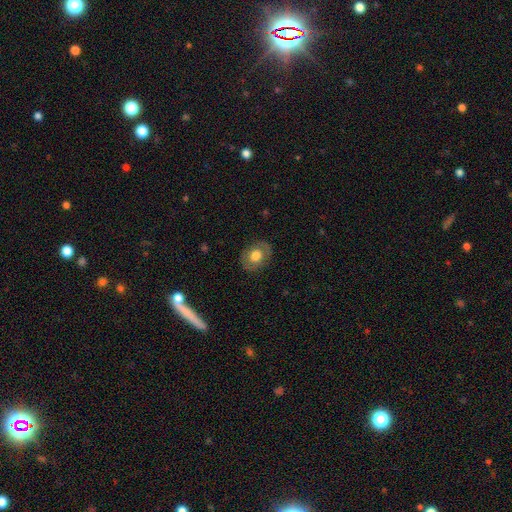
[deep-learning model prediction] smooth-or-featured: smooth: 64% | featured or disk: 28% | star or artifact: 7%
  how-rounded: in between: 56% | round: 43% | cigar-shaped: 1%
  merging: none: 84% | minor disturbance: 11% | major disturbance: 4% | merger: 1%